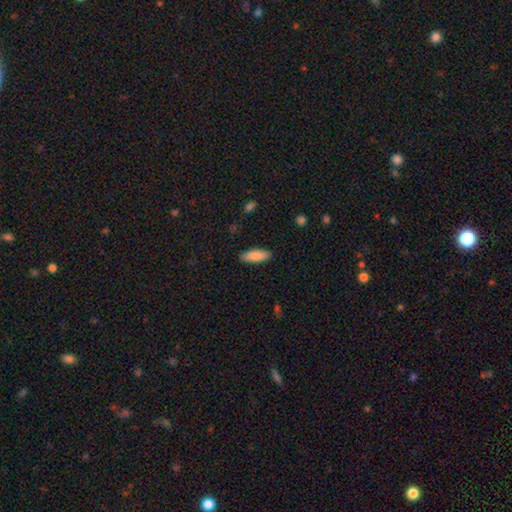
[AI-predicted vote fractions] The model was most divided on "how rounded": in between: 59%, cigar-shaped: 39%, round: 2%. More confident: merging — none (88%); smooth or featured — smooth (87%).